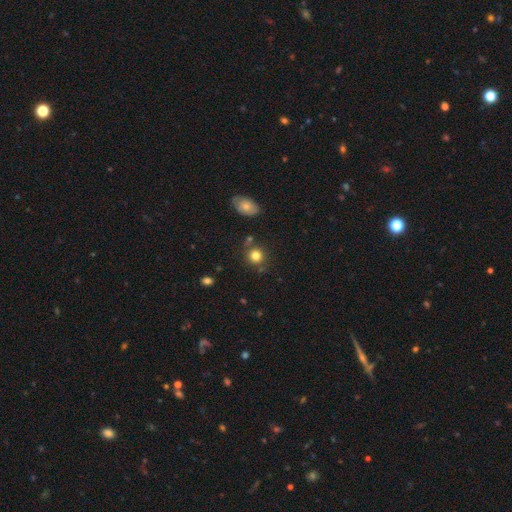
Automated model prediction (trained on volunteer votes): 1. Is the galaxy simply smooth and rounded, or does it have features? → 81% smooth, 12% star or artifact, 7% featured or disk.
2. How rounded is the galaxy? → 88% round, 11% in between, 1% cigar-shaped.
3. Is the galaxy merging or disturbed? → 79% none, 10% minor disturbance, 8% merger, 3% major disturbance.